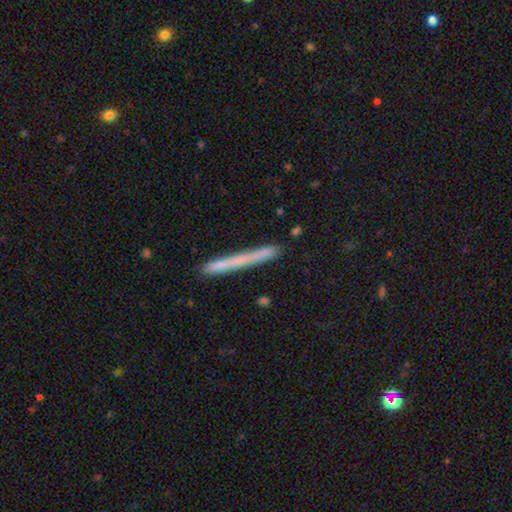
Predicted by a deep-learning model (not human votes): Smooth or featured?
  - smooth: 60% *
  - featured or disk: 32%
  - star or artifact: 8%
How rounded?
  - cigar-shaped: 97% *
  - in between: 2%
  - round: 1%
Merging?
  - none: 81% *
  - minor disturbance: 13%
  - merger: 3%
  - major disturbance: 3%